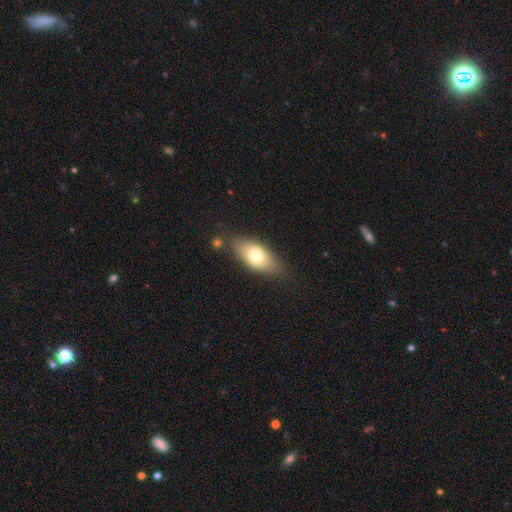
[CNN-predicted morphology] This is likely a smooth galaxy (71%). How rounded: clearly in between (86%). Merging: likely none (73%).